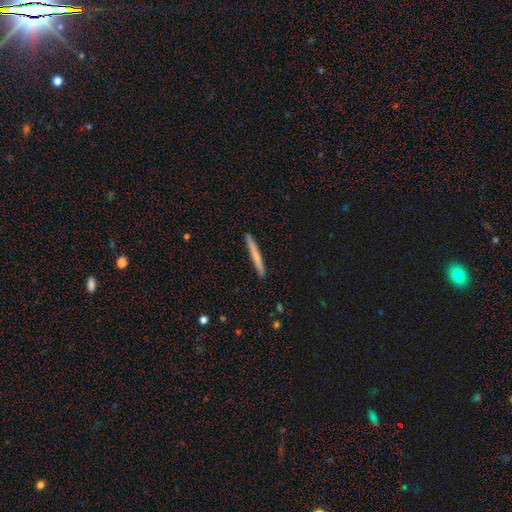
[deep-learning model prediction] Smooth or featured? Predicted: smooth (p=0.65). How rounded? Predicted: cigar-shaped (p=0.97). Merging? Predicted: none (p=0.92).